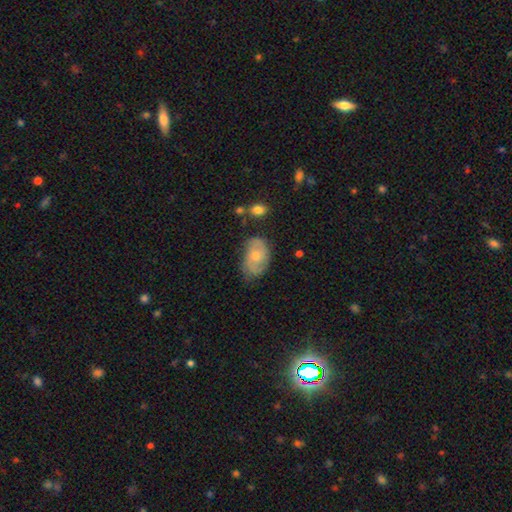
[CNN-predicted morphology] A featured or disk galaxy (53%) with no bar (75%), spiral arms (80%) and a small central bulge (55%). Merging: none (58%).